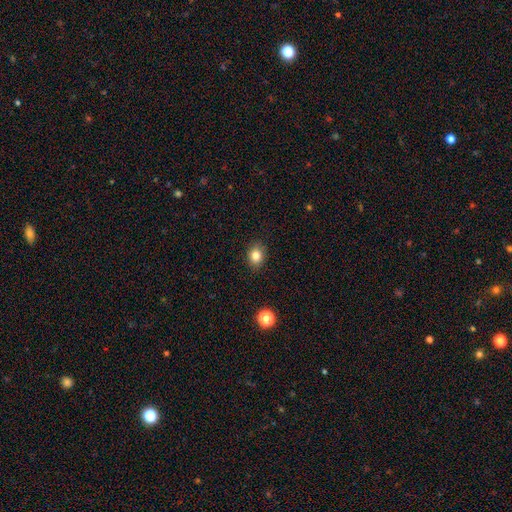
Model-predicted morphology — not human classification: The model was most divided on "how rounded": in between: 51%, round: 48%, cigar-shaped: 1%. More confident: merging — none (88%); smooth or featured — smooth (83%).